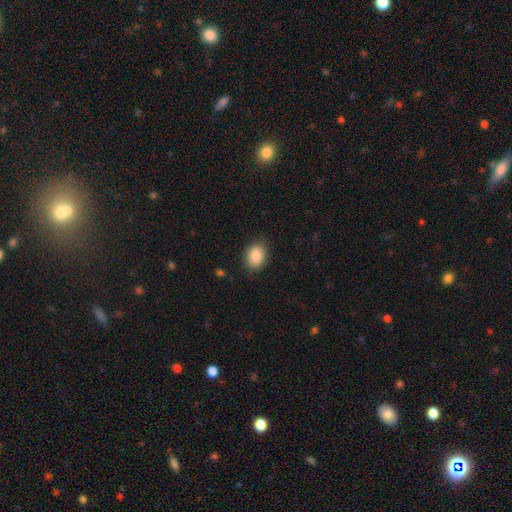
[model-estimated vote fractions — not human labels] This is clearly a smooth galaxy (88%). How rounded: likely in between (62%). Merging: clearly none (85%).